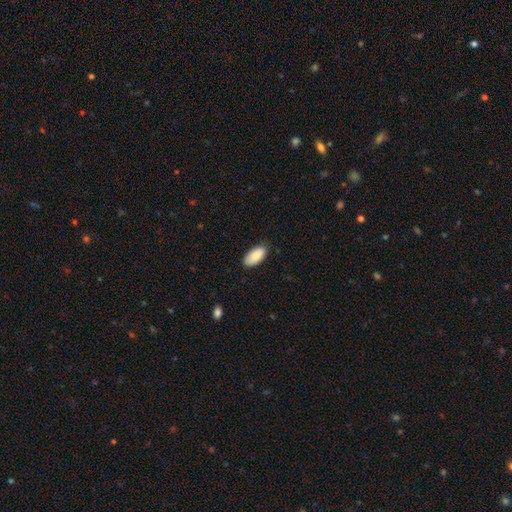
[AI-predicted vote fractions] Smooth or featured? Predicted: smooth (p=0.85). How rounded? Predicted: in between (p=0.91). Merging? Predicted: none (p=0.83).